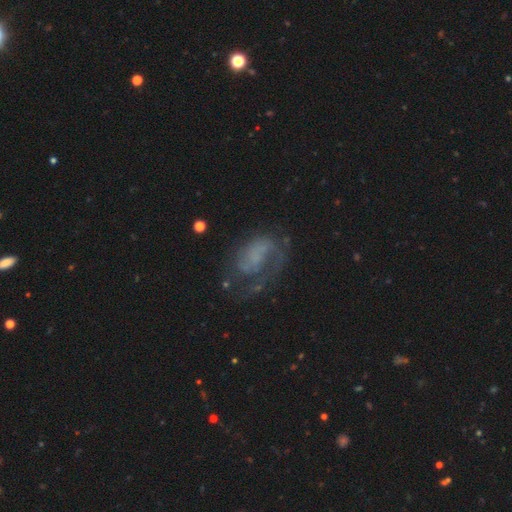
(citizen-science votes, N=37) smooth_or_featured: featured or disk (p=0.73) [alt: smooth p=0.22]
disk_edge_on: no (p=1.00)
bar: no (p=0.67) [alt: weak p=0.30]
has_spiral_arms: yes (p=0.74) [alt: no p=0.26]
spiral_winding: medium (p=0.50) [alt: loose p=0.30]
spiral_arm_count: 1 (p=0.35) [tied with: can't tell p=0.35]
bulge_size: none (p=0.59) [alt: small p=0.19]
merging: none (p=0.43) [alt: major disturbance p=0.31]